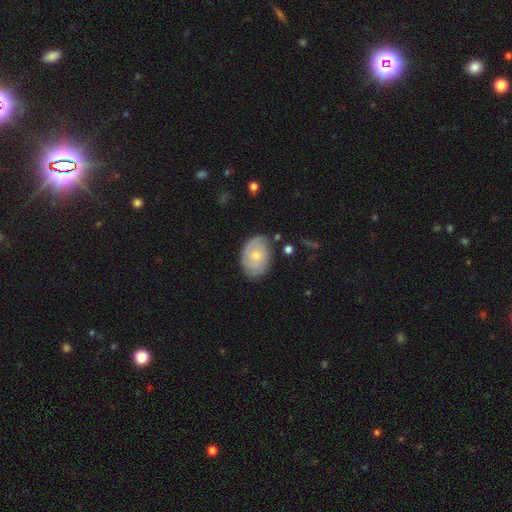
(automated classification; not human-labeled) featured or disk 50%, smooth 43%, star or artifact 7%. Down the decision tree: edge-on disk — no (95%); merging — none (76%).